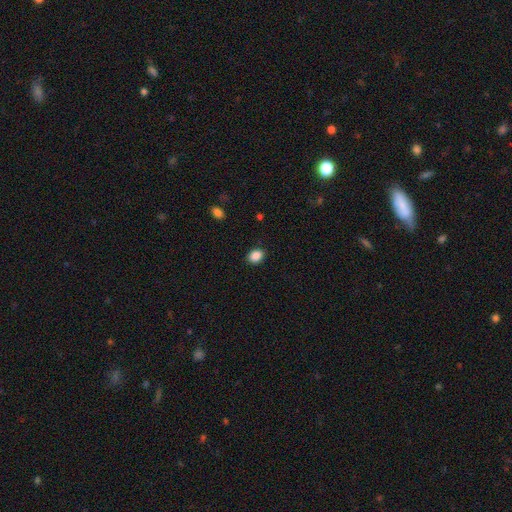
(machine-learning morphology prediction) Smooth or featured?
  - smooth: 88% *
  - star or artifact: 9%
  - featured or disk: 3%
How rounded?
  - in between: 60% *
  - round: 39%
  - cigar-shaped: 1%
Merging?
  - none: 88% *
  - minor disturbance: 8%
  - major disturbance: 2%
  - merger: 1%